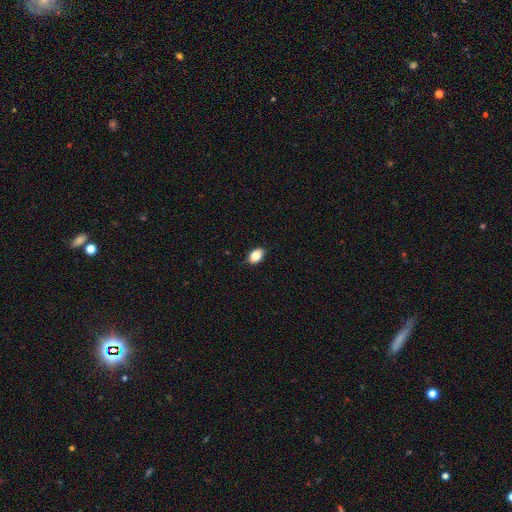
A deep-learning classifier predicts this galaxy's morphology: A smooth galaxy with no disk features (86%) that is in between round and cigar-shaped (85%).

Vote fractions:
- Smooth or featured? smooth: 86% / star or artifact: 8% / featured or disk: 6%
- How rounded? in between: 85% / round: 13% / cigar-shaped: 2%
- Merging? none: 80% / minor disturbance: 16% / major disturbance: 3% / merger: 1%